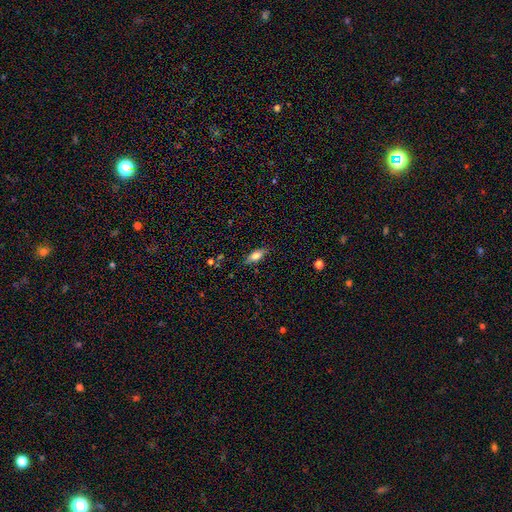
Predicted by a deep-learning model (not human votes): The model was most divided on "how rounded": in between: 73%, cigar-shaped: 24%, round: 3%. More confident: merging — none (84%); smooth or featured — smooth (71%).